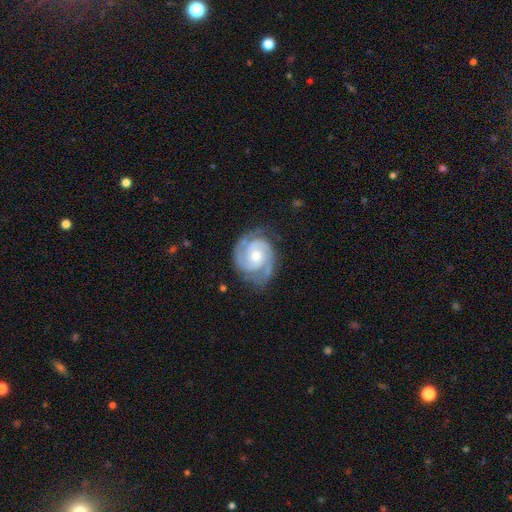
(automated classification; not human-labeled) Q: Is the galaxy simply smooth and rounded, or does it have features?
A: featured or disk — 91%.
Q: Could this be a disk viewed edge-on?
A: no — 98%.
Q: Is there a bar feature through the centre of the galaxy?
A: no — 66%.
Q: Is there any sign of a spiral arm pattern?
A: yes — 98%.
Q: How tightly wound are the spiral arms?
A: tight — 59%.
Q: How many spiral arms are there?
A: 2 — 85%.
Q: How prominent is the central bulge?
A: moderate — 53%.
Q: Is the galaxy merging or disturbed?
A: none — 78%.